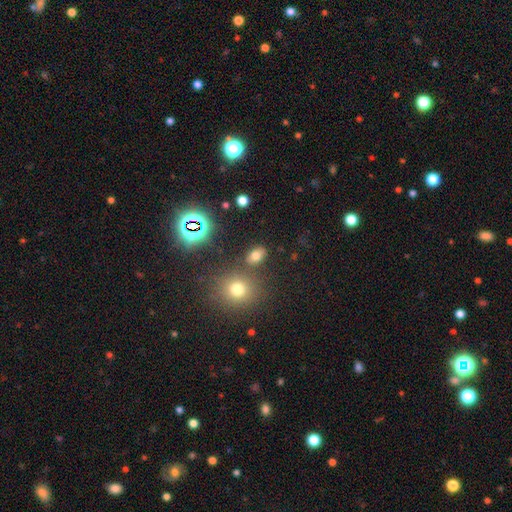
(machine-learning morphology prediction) A smooth galaxy with no disk features (68%) that is in between round and cigar-shaped (76%). Merging: none (79%).